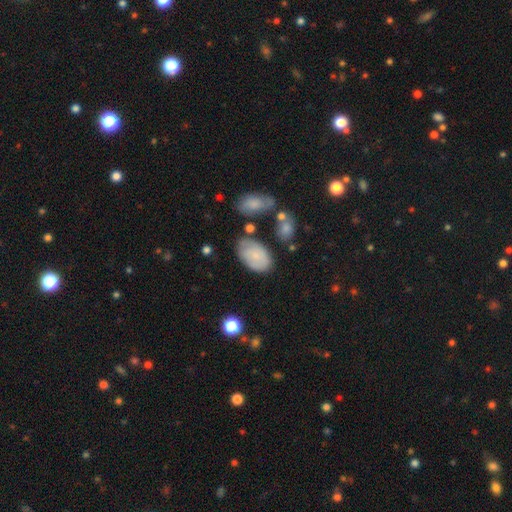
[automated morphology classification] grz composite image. It shows a smooth galaxy with no disk features (71%) that is in between round and cigar-shaped (91%). Merging: none (65%).